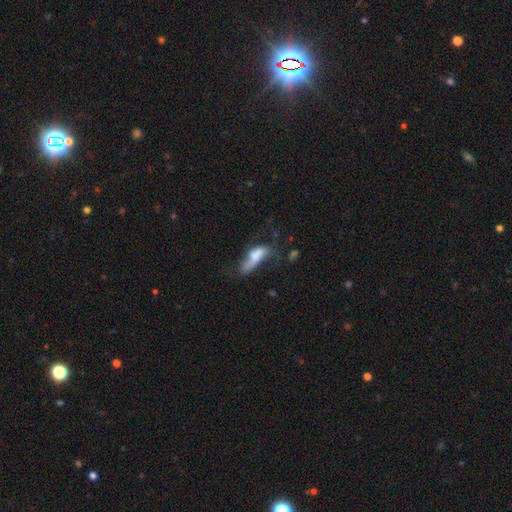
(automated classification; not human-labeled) Overall: smooth (62%; featured or disk 28%). How rounded: in between (62%; cigar-shaped 35%). Merging: major disturbance (36%; none 23%).